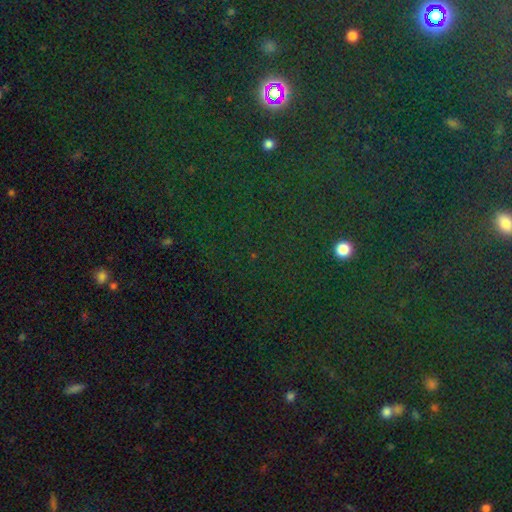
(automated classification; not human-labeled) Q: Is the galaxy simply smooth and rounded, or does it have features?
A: star or artifact — 80%.